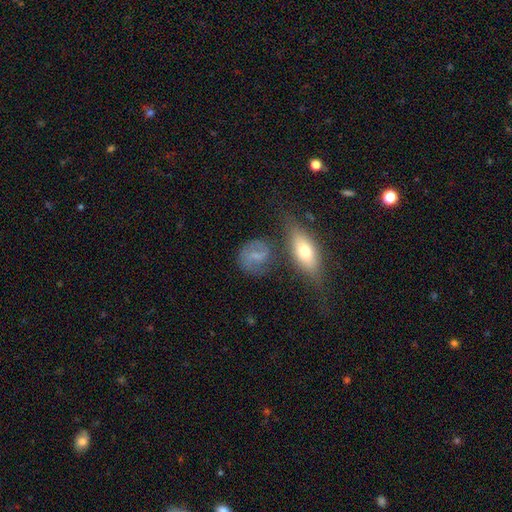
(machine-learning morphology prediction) Smooth or featured? Predicted: featured or disk (p=0.47). Merging? Predicted: none (p=0.60).